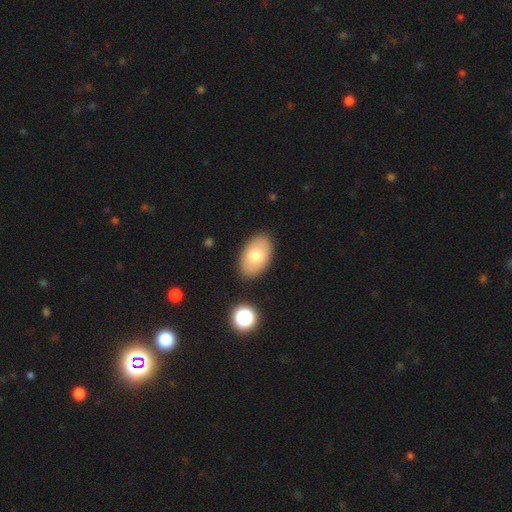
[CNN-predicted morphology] Q: Smooth or featured?
A: smooth (74%); runner-up: featured or disk (18%)
Q: How rounded?
A: in between (92%); runner-up: round (7%)
Q: Merging?
A: none (86%); runner-up: minor disturbance (9%)